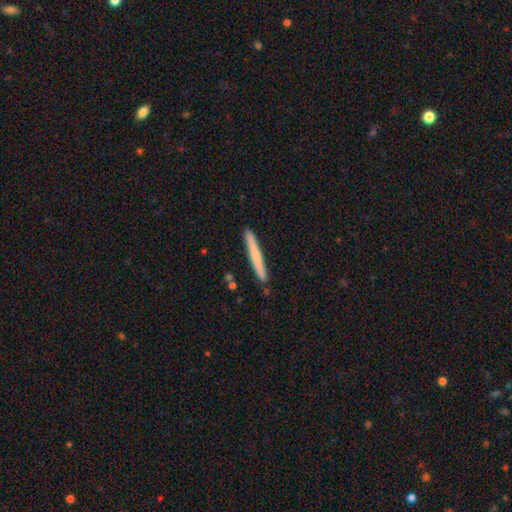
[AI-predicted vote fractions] A smooth galaxy with no disk features (66%) that is cigar-shaped (97%).

Vote fractions:
- Smooth or featured? smooth: 66% / featured or disk: 29% / star or artifact: 5%
- How rounded? cigar-shaped: 97% / in between: 2% / round: 1%
- Merging? none: 90% / minor disturbance: 7% / merger: 2% / major disturbance: 1%